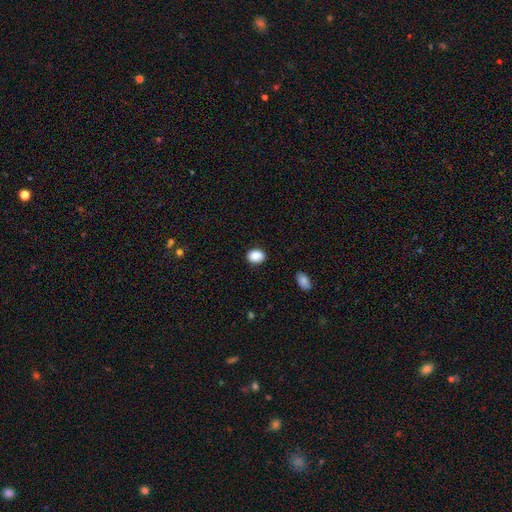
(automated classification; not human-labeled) Q: Smooth or featured?
A: smooth (88%); runner-up: star or artifact (8%)
Q: How rounded?
A: in between (56%); runner-up: round (43%)
Q: Merging?
A: none (89%); runner-up: minor disturbance (8%)